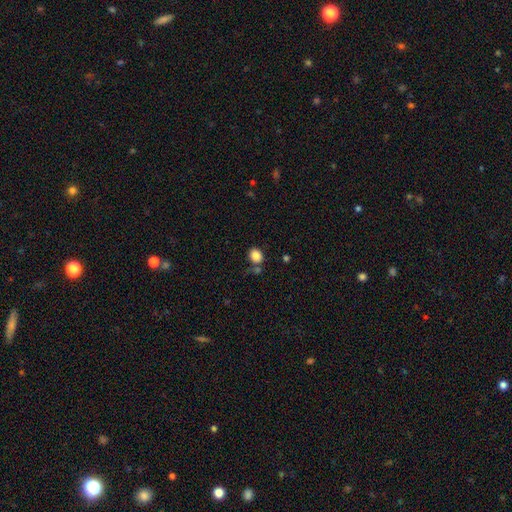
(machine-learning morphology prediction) A smooth galaxy with no disk features (85%) that is round (55%). Merging: none (71%).